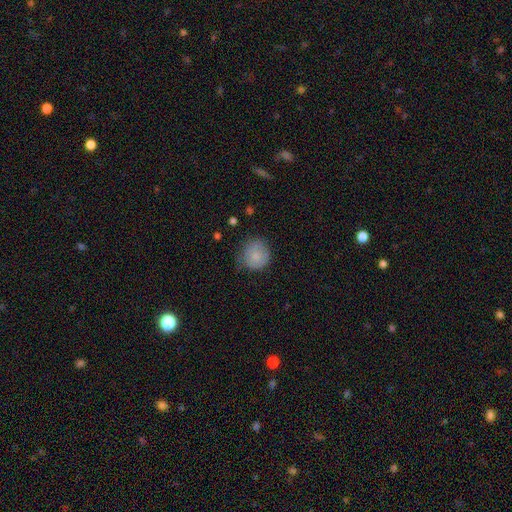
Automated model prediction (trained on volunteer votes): The model was most divided on "merging": none: 65%, minor disturbance: 27%, major disturbance: 7%, merger: 1%. More confident: how rounded — round (86%); smooth or featured — smooth (79%).